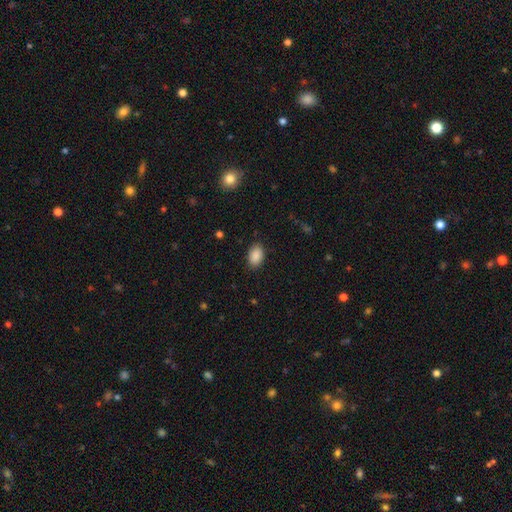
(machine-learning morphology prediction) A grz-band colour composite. It shows a smooth galaxy with no disk features (90%) that is in between round and cigar-shaped (89%). Merging: none (87%).